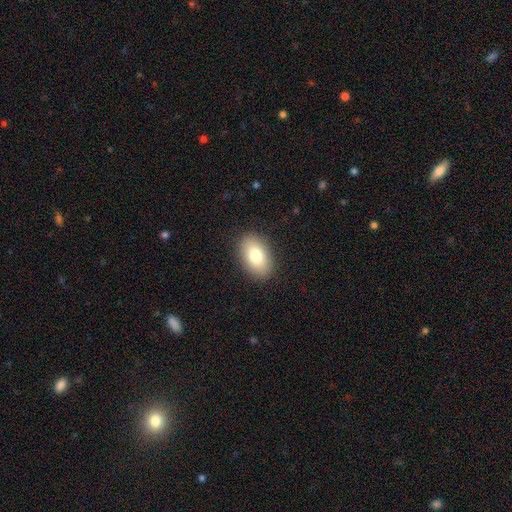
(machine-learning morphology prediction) Smooth or featured? Predicted: smooth (p=0.80). How rounded? Predicted: in between (p=0.90). Merging? Predicted: none (p=0.88).